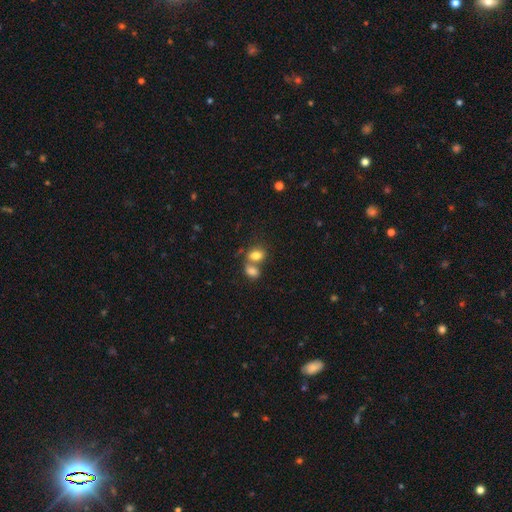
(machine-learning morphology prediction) Q: Smooth or featured?
A: smooth (80%); runner-up: featured or disk (10%)
Q: How rounded?
A: in between (73%); runner-up: round (25%)
Q: Merging?
A: merger (53%); runner-up: none (34%)